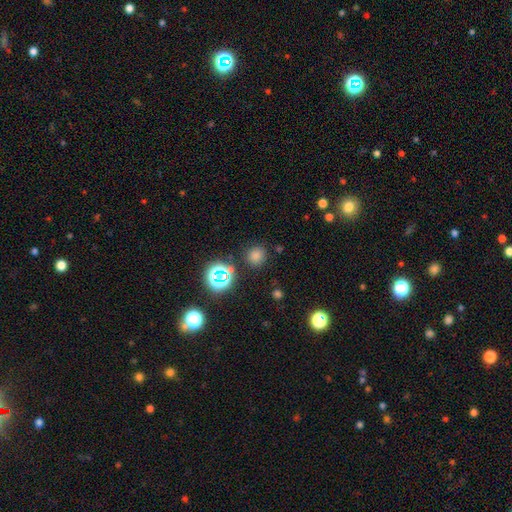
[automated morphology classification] Smooth or featured: smooth — 71% (star or artifact — 23%)
How rounded: round — 88% (in between — 11%)
Merging: none — 83% (minor disturbance — 10%)